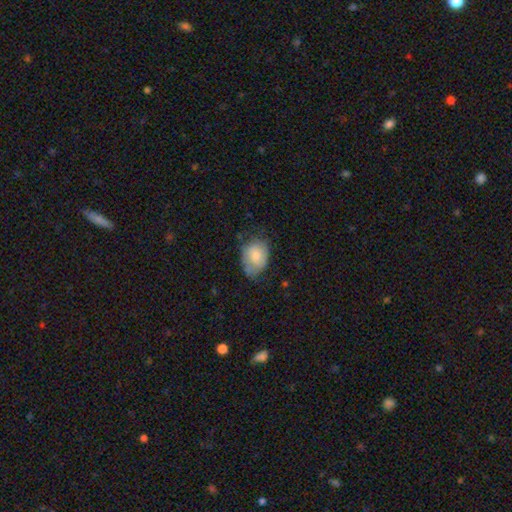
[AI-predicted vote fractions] Smooth or featured?
  - smooth: 74% *
  - featured or disk: 19%
  - star or artifact: 7%
How rounded?
  - in between: 74% *
  - round: 25%
  - cigar-shaped: 1%
Merging?
  - none: 52% *
  - minor disturbance: 35%
  - major disturbance: 11%
  - merger: 2%